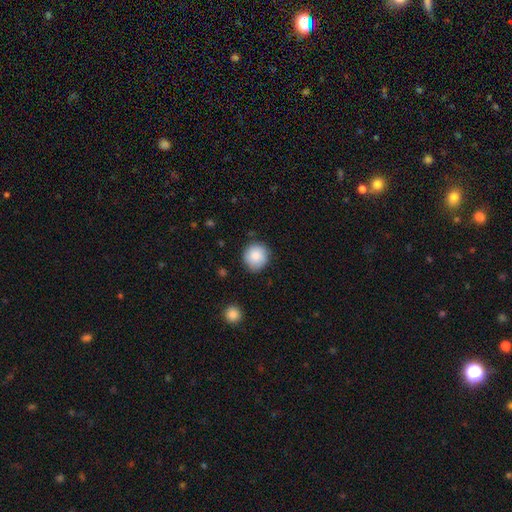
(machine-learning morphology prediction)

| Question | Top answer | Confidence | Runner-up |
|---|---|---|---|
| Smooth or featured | smooth | 87% | star or artifact (8%) |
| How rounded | round | 91% | in between (9%) |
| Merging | none | 85% | minor disturbance (11%) |